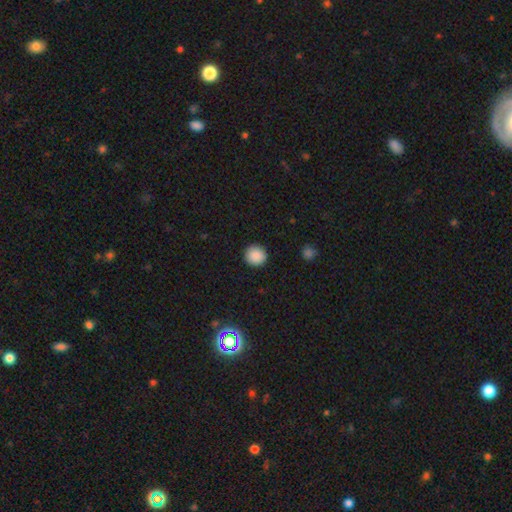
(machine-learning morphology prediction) type=smooth (89%); roundness=round (94%); merging=none (92%).